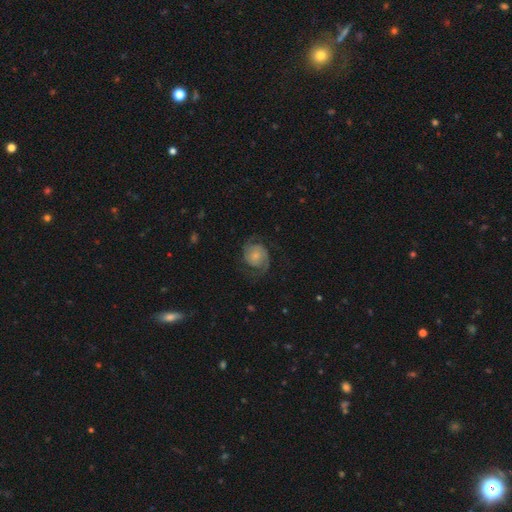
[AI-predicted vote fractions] The model was most divided on "spiral winding": medium: 48%, tight: 26%, loose: 26%. More confident: edge-on disk — no (98%); spiral arms — yes (95%); spiral arm count — 2 (86%); smooth or featured — featured or disk (76%); bar — no (73%); merging — none (69%); bulge size — small (53%).